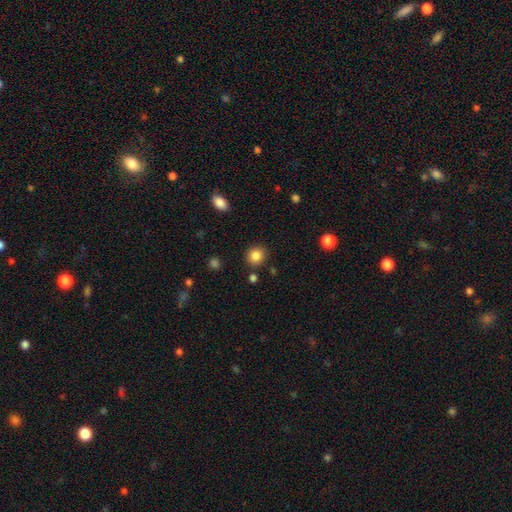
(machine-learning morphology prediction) smooth-or-featured: smooth: 85% | star or artifact: 10% | featured or disk: 4%
  how-rounded: round: 84% | in between: 15% | cigar-shaped: 1%
  merging: none: 87% | minor disturbance: 7% | merger: 3% | major disturbance: 2%